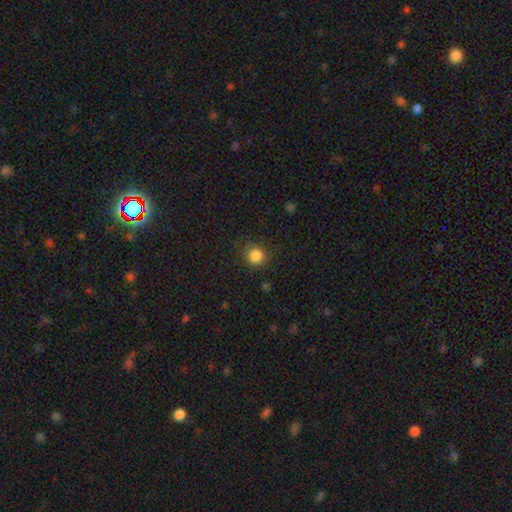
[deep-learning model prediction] smooth_or_featured: smooth (p=0.85) [alt: star or artifact p=0.11]
how_rounded: round (p=0.90) [alt: in between p=0.09]
merging: none (p=0.85) [alt: minor disturbance p=0.11]